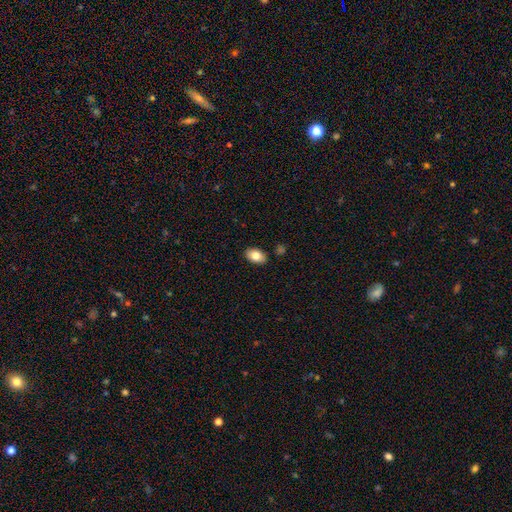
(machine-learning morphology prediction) Smooth or featured? Predicted: smooth (p=0.82). How rounded? Predicted: in between (p=0.90). Merging? Predicted: none (p=0.87).